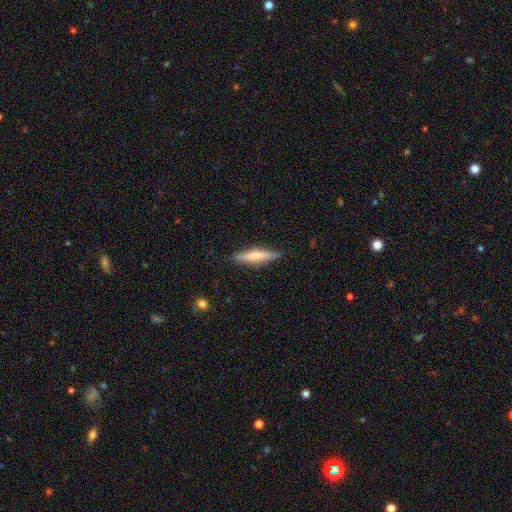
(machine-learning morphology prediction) type=smooth (59%); roundness=cigar-shaped (86%); merging=none (88%).